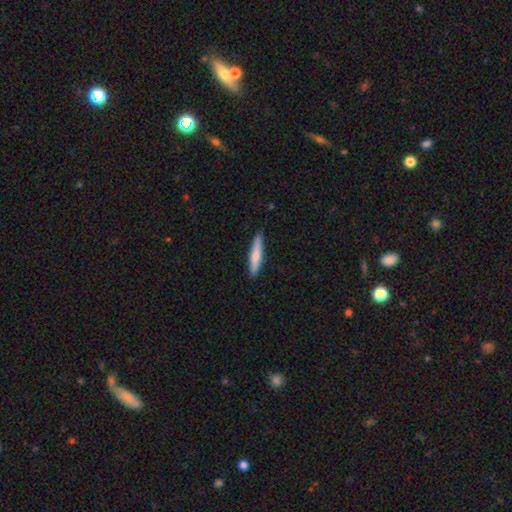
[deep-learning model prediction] smooth 72%, featured or disk 23%, star or artifact 5%. Down the decision tree: how rounded — cigar-shaped (90%); merging — none (90%).